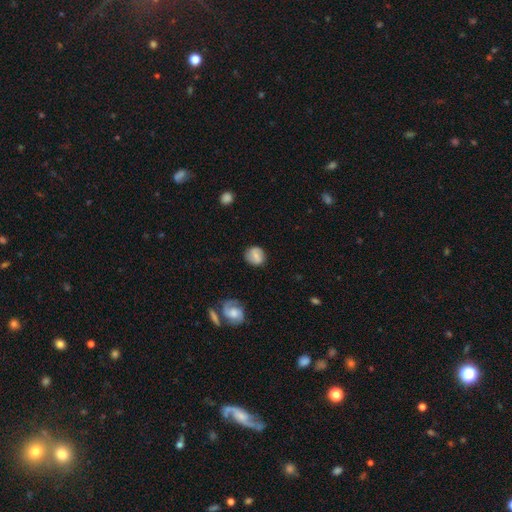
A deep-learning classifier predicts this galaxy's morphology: Q: Smooth or featured?
A: smooth (61%); runner-up: featured or disk (30%)
Q: How rounded?
A: round (77%); runner-up: in between (22%)
Q: Merging?
A: none (78%); runner-up: minor disturbance (15%)